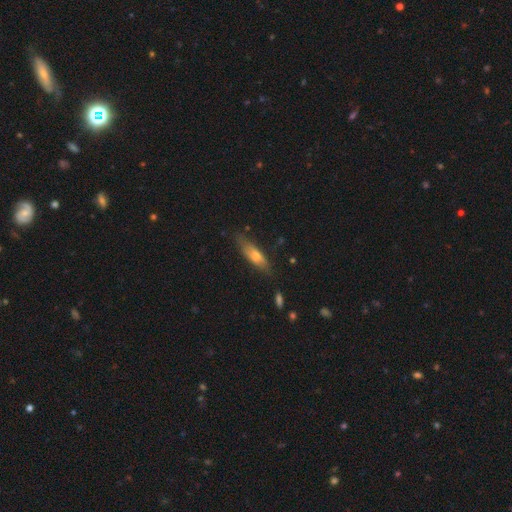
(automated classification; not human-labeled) Morphology: type=smooth (58%); roundness=cigar-shaped (62%); merging=none (73%).